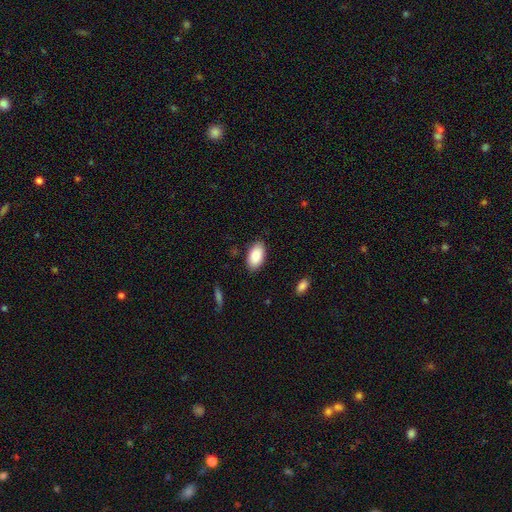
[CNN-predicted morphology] Smooth or featured: smooth — 87% (featured or disk — 7%)
How rounded: in between — 95% (round — 3%)
Merging: none — 86% (minor disturbance — 11%)